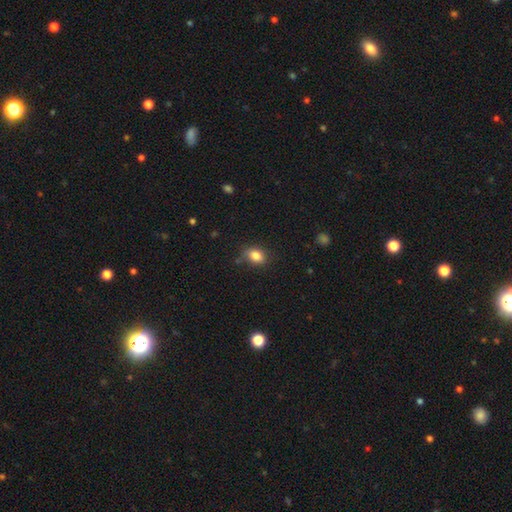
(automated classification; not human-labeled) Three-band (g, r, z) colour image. It shows a smooth galaxy with no disk features (83%) that is in between round and cigar-shaped (67%). Merging: none (74%).